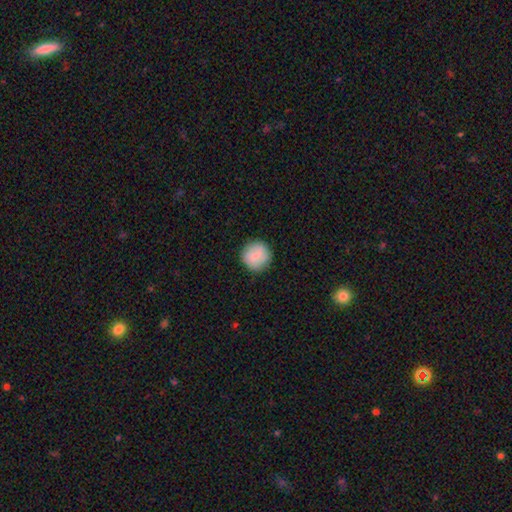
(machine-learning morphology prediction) This appears to be a smooth galaxy with no disk features (79%) that is round (94%). Merging: none (88%).